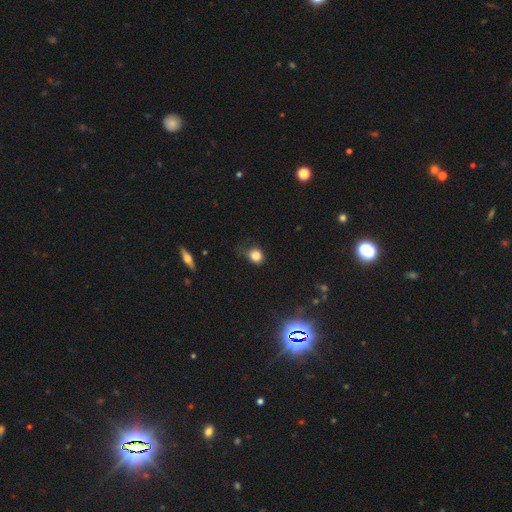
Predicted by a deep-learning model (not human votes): This appears to be a smooth galaxy with no disk features (81%) that is round (77%). Merging: none (60%).